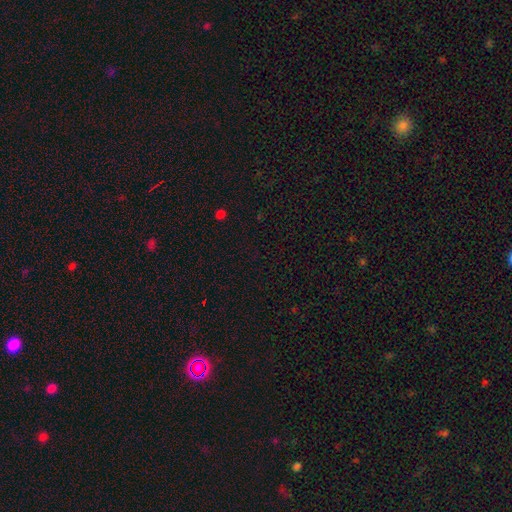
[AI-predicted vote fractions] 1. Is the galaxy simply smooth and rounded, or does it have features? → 67% star or artifact, 26% smooth, 6% featured or disk.